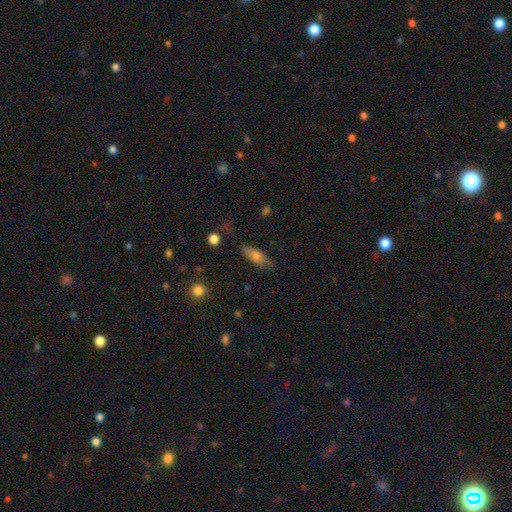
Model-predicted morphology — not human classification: smooth-or-featured: smooth: 65% | featured or disk: 27% | star or artifact: 8%
  how-rounded: in between: 53% | cigar-shaped: 44% | round: 3%
  merging: none: 81% | minor disturbance: 14% | major disturbance: 3% | merger: 2%